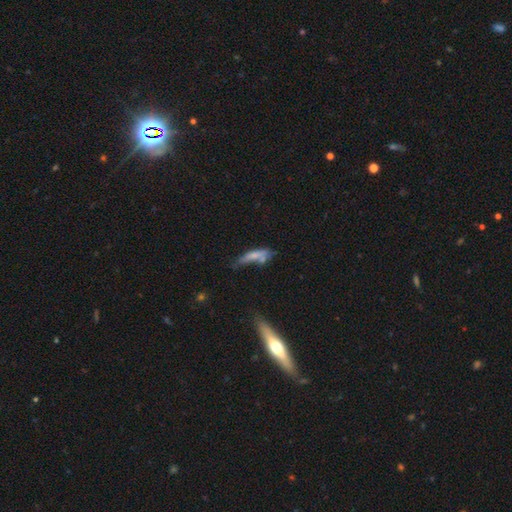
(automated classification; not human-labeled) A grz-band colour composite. It shows a smooth galaxy with no disk features (65%) that is cigar-shaped (72%). Merging: none (39%).